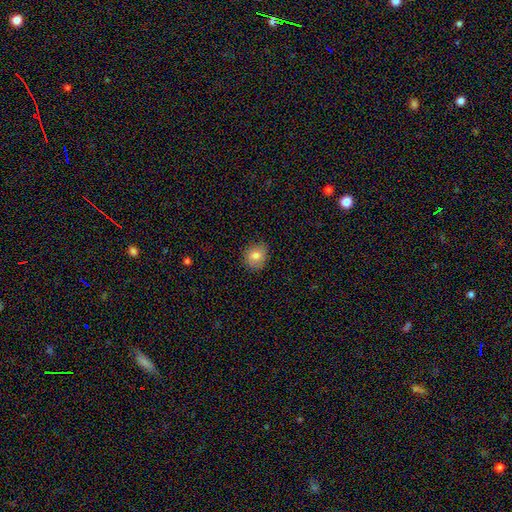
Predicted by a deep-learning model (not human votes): A smooth galaxy with no disk features (81%) that is round (78%).

Vote fractions:
- Smooth or featured? smooth: 81% / featured or disk: 10% / star or artifact: 10%
- How rounded? round: 78% / in between: 21% / cigar-shaped: 1%
- Merging? none: 86% / minor disturbance: 11% / major disturbance: 2% / merger: 1%